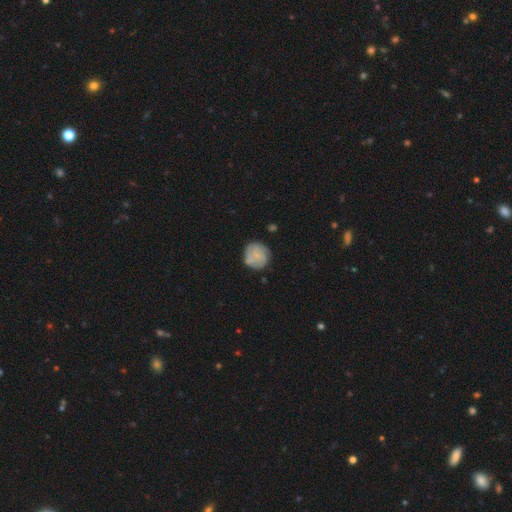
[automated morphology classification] type=smooth (53%); roundness=round (87%); merging=none (73%).